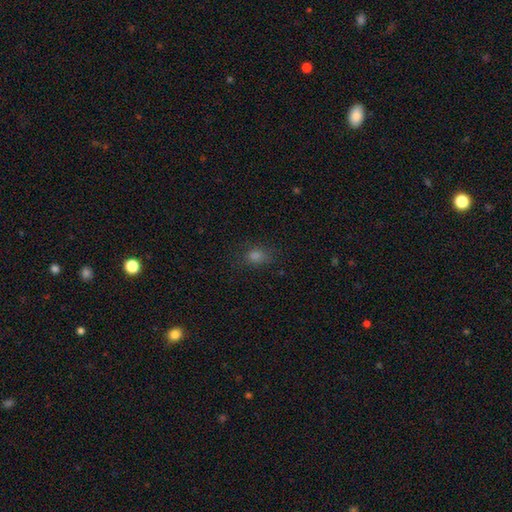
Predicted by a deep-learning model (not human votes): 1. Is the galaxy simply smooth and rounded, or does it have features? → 69% smooth, 23% star or artifact, 8% featured or disk.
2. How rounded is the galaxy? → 55% in between, 43% round, 2% cigar-shaped.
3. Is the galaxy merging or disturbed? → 78% none, 15% minor disturbance, 6% major disturbance, 1% merger.